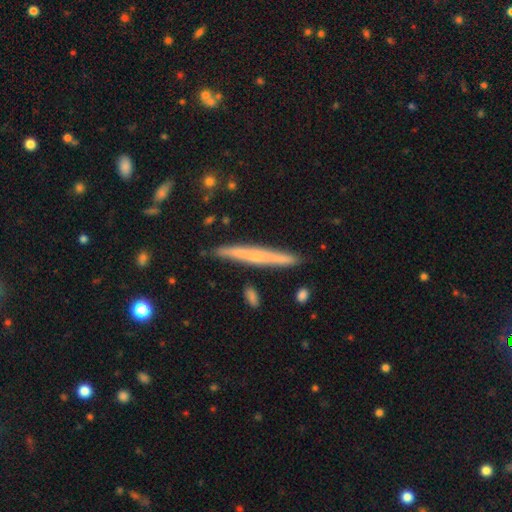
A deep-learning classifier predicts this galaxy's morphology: A featured or disk galaxy (53%) viewed edge-on (96%) with no central bulge (59%). Merging: none (88%).